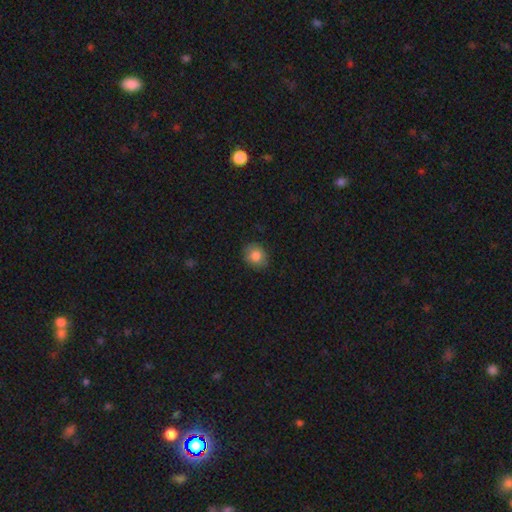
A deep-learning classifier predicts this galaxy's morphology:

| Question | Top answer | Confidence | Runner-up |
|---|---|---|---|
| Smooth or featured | smooth | 83% | star or artifact (9%) |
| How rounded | round | 67% | in between (32%) |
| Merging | none | 83% | minor disturbance (13%) |